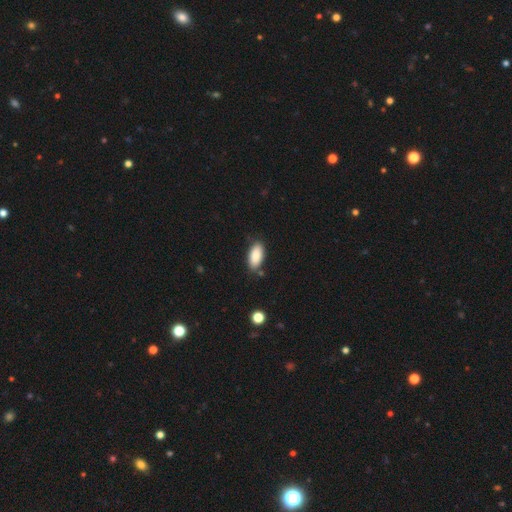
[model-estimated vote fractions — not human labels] Overall: smooth (89%). How rounded: in between (91%). Merging: none (81%).